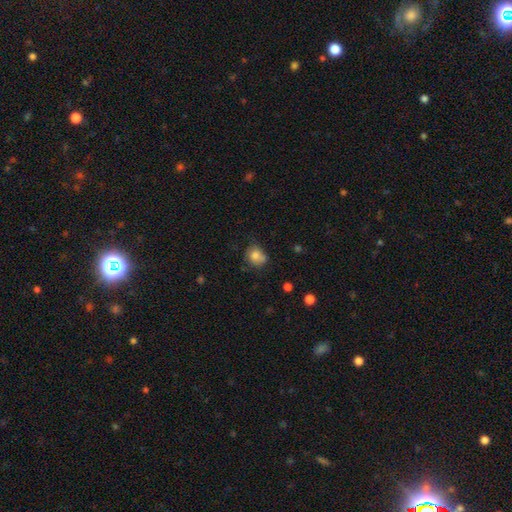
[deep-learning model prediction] A smooth galaxy with no disk features (79%) that is round (68%).

Vote fractions:
- Smooth or featured? smooth: 79% / featured or disk: 10% / star or artifact: 10%
- How rounded? round: 68% / in between: 31% / cigar-shaped: 1%
- Merging? none: 56% / minor disturbance: 27% / merger: 9% / major disturbance: 7%